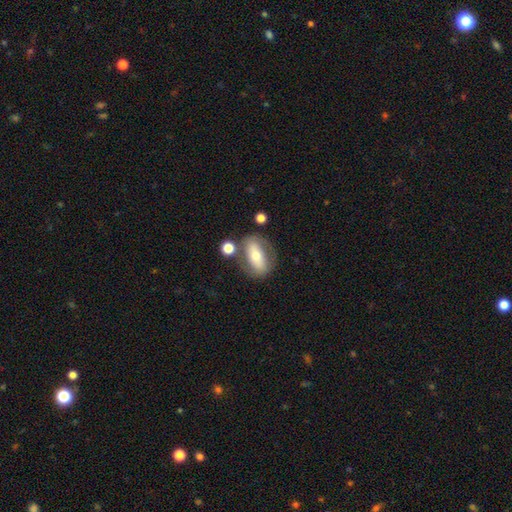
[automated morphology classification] Overall: featured or disk (46%, tied with smooth). Merging: none (65%).